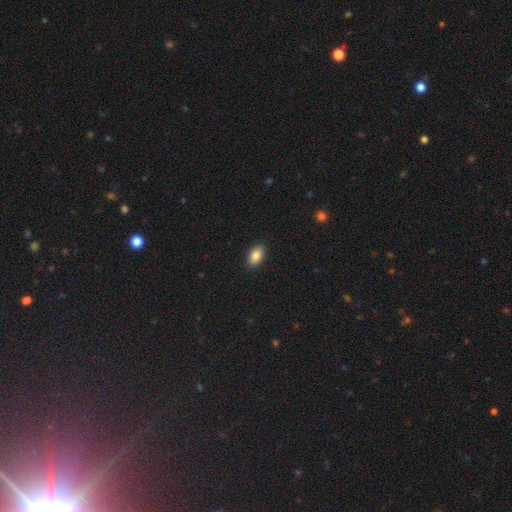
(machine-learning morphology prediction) This appears to be a smooth galaxy with no disk features (86%) that is in between round and cigar-shaped (93%). Merging: none (89%).